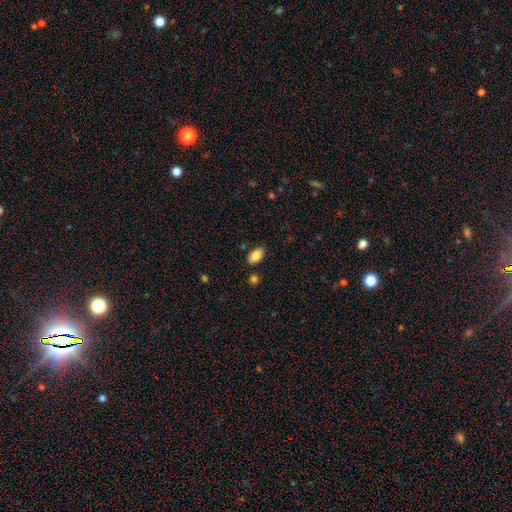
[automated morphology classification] Smooth or featured: smooth — 87% (star or artifact — 7%)
How rounded: in between — 93% (round — 5%)
Merging: none — 83% (minor disturbance — 11%)